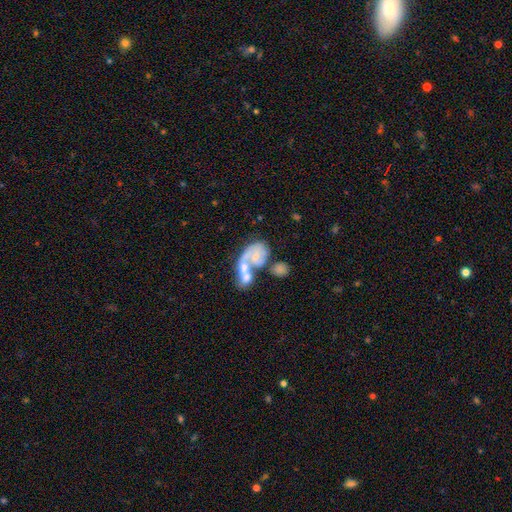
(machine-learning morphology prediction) smooth_or_featured: featured or disk (p=0.59) [alt: smooth p=0.34]
disk_edge_on: no (p=0.97) [alt: yes p=0.03]
bar: no (p=0.76) [alt: weak p=0.19]
has_spiral_arms: yes (p=0.56) [alt: no p=0.44]
bulge_size: small (p=0.47) [alt: moderate p=0.33]
merging: merger (p=0.66) [alt: none p=0.14]